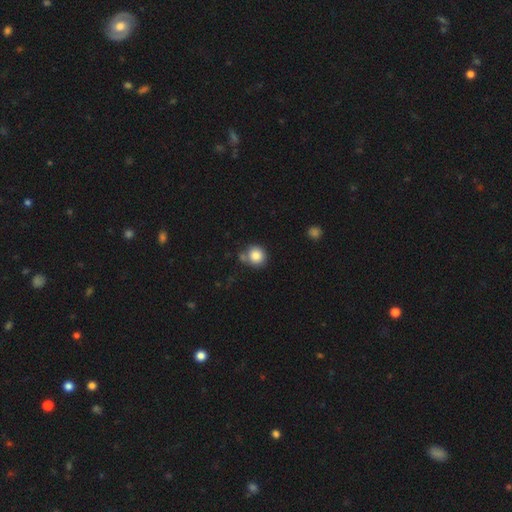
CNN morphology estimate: A smooth galaxy with no disk features (84%) that is round (88%). Merging: none (68%).